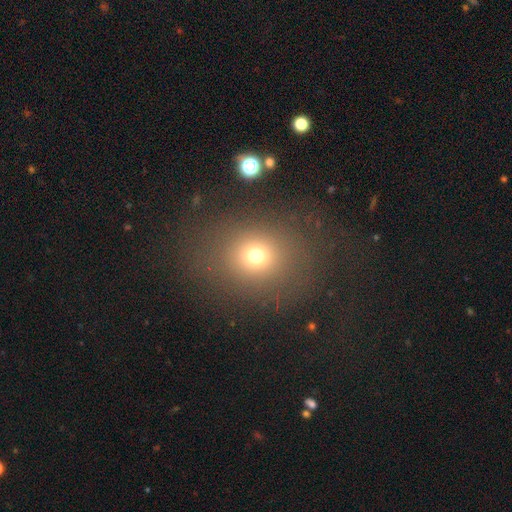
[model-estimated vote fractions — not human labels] A smooth galaxy with no disk features (71%) that is round (74%). Merging: none (81%).